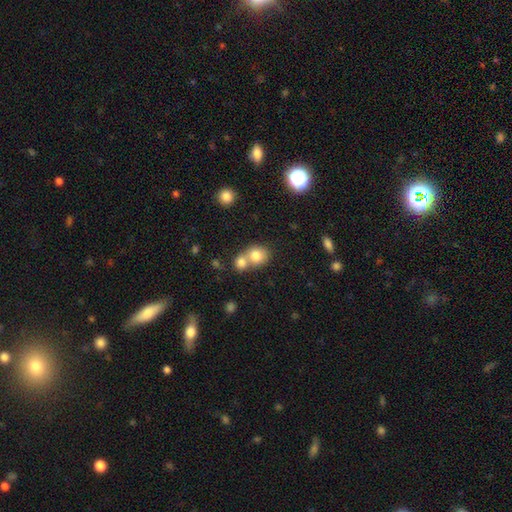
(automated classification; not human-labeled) This appears to be a smooth galaxy with no disk features (79%) that is round (73%). Merging: merger (58%).